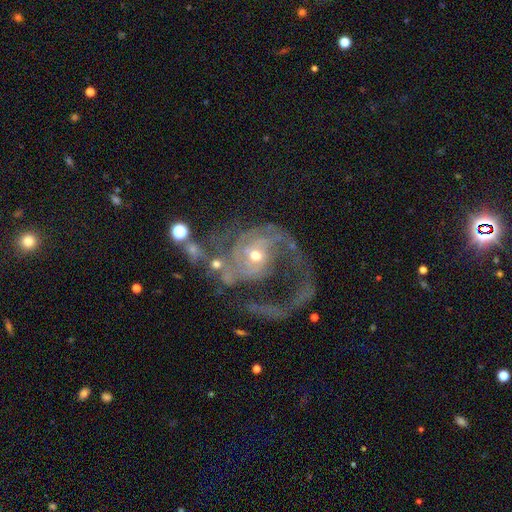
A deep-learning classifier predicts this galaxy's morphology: Smooth or featured?
  - featured or disk: 86% *
  - smooth: 7%
  - star or artifact: 7%
Edge-on disk?
  - no: 98% *
  - yes: 2%
Bar?
  - no: 64% *
  - weak: 28%
  - strong: 9%
Spiral arms?
  - yes: 92% *
  - no: 8%
Spiral winding?
  - medium: 41% *
  - tight: 30%
  - loose: 29%
Spiral arm count?
  - 2: 43% *
  - can't tell: 20%
  - 3: 15%
  - 1: 12%
  - 4: 6%
  - more than 4: 6%
Bulge size?
  - moderate: 50% *
  - small: 45%
  - large: 3%
  - none: 1%
  - dominant: 1%
Merging?
  - major disturbance: 42% *
  - none: 24%
  - merger: 21%
  - minor disturbance: 13%